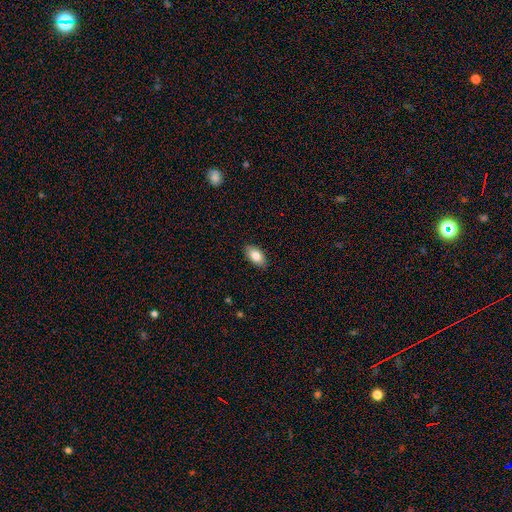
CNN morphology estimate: smooth-or-featured: smooth: 83% | featured or disk: 10% | star or artifact: 7%
  how-rounded: in between: 92% | round: 4% | cigar-shaped: 3%
  merging: none: 88% | minor disturbance: 9% | major disturbance: 2% | merger: 1%